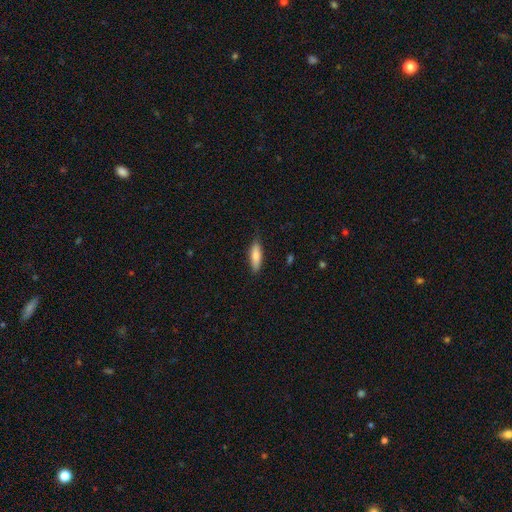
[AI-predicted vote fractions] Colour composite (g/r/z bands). It shows a smooth galaxy with no disk features (79%) that is cigar-shaped (51%). Merging: none (81%).